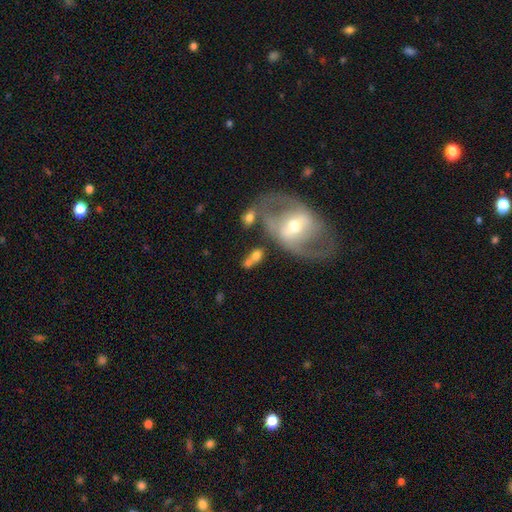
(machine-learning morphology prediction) smooth 55%, featured or disk 36%, star or artifact 9%. Down the decision tree: how rounded — in between (74%); merging — none (38%).